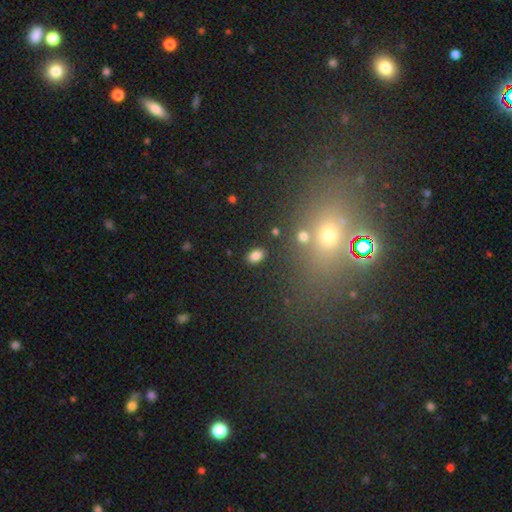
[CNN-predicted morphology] Overall: smooth (83%). How rounded: in between (84%). Merging: none (87%).